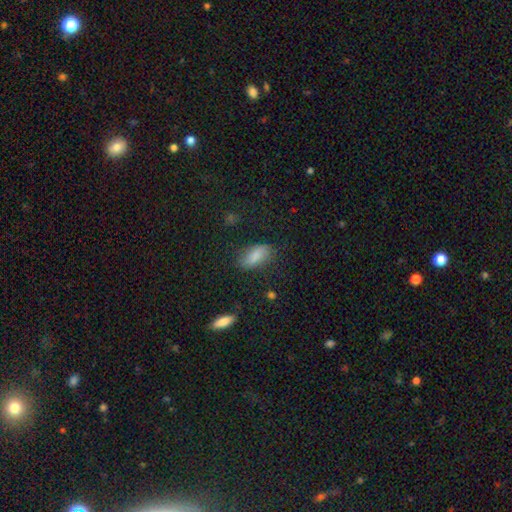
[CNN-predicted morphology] This appears to be a smooth galaxy with no disk features (81%) that is in between round and cigar-shaped (87%). Merging: none (74%).